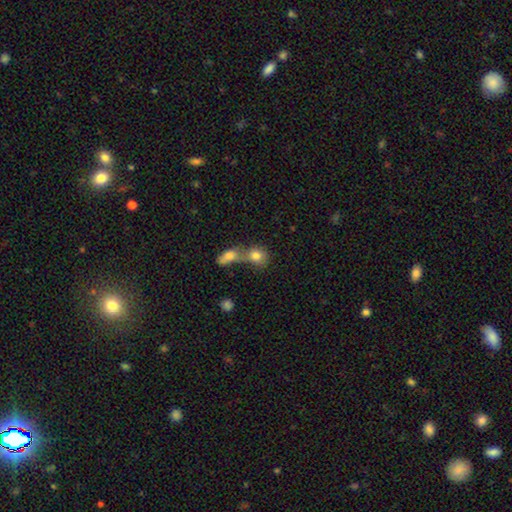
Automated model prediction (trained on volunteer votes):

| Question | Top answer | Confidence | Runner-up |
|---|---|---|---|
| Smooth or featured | smooth | 80% | featured or disk (11%) |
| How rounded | round | 62% | in between (36%) |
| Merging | merger | 65% | none (25%) |